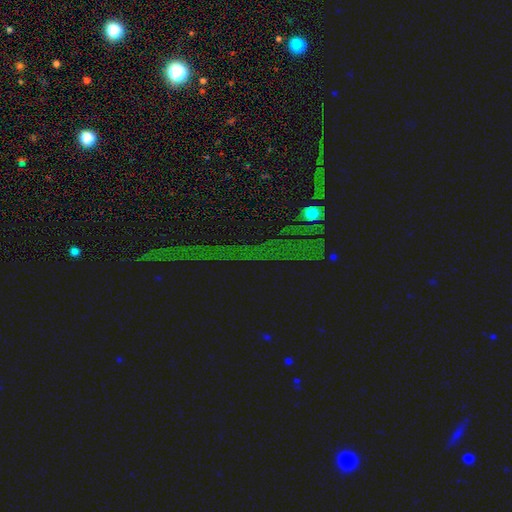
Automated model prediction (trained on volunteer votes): Morphology: type=star or artifact (84%).